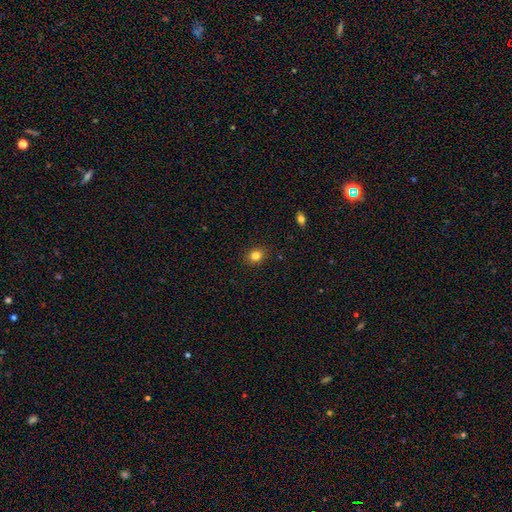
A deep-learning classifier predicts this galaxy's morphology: Smooth or featured? smooth (82%)
How rounded? round (70%)
Merging? none (89%)